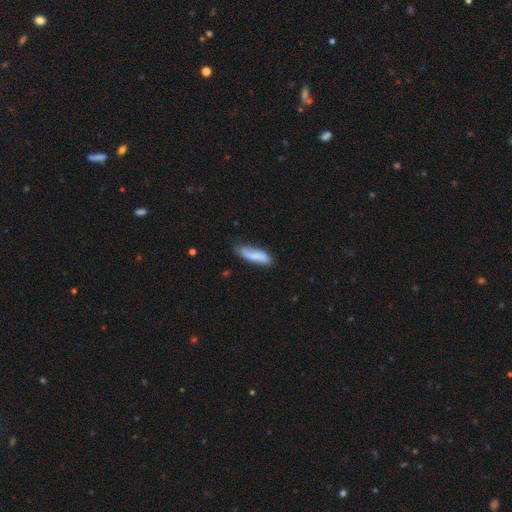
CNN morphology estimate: The model was most divided on "how rounded": cigar-shaped: 51%, in between: 47%, round: 2%. More confident: smooth or featured — smooth (75%); merging — none (63%).